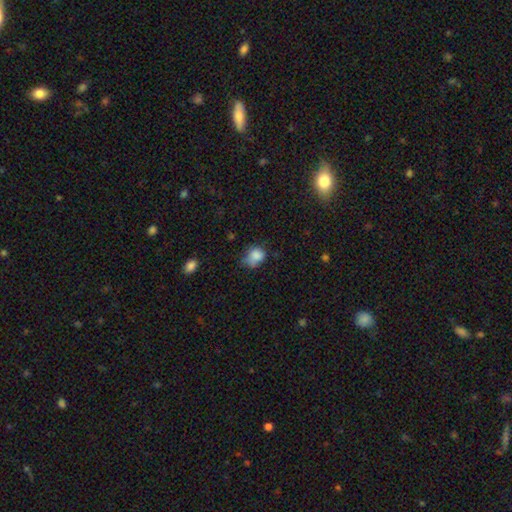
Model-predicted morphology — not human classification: smooth 81%, star or artifact 10%, featured or disk 9%. Down the decision tree: how rounded — round (50%); merging — minor disturbance (41%).